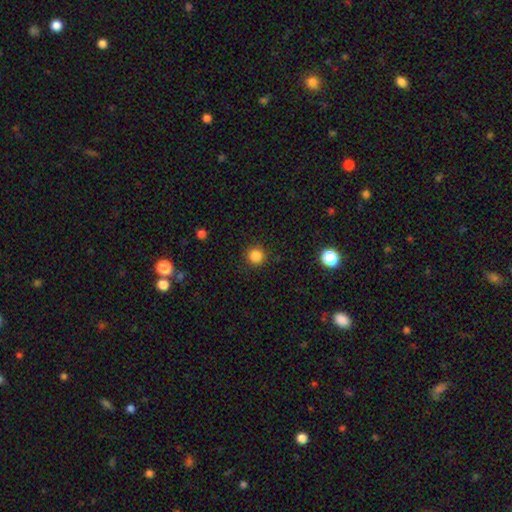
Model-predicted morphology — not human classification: smooth_or_featured: smooth (p=0.85) [alt: star or artifact p=0.12]
how_rounded: round (p=0.94) [alt: in between p=0.05]
merging: none (p=0.91) [alt: minor disturbance p=0.06]